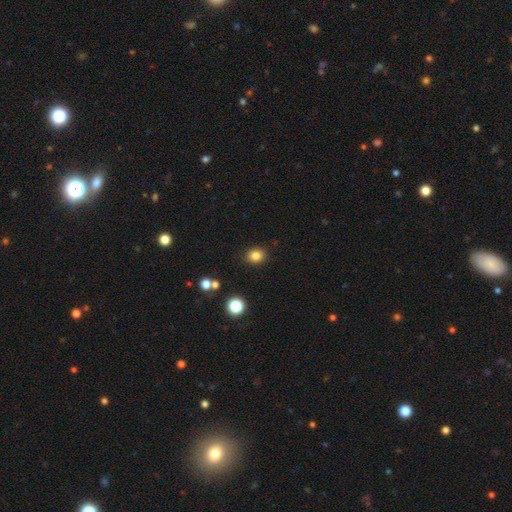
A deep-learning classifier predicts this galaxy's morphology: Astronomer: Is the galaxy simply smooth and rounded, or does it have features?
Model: smooth — 83%.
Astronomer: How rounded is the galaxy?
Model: round — 67%.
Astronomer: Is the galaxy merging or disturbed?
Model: none — 89%.